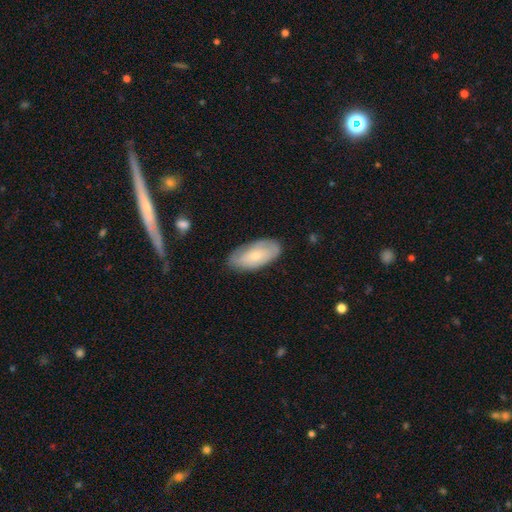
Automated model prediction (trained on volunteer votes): Q: Smooth or featured?
A: smooth (60%); runner-up: featured or disk (34%)
Q: How rounded?
A: in between (90%); runner-up: cigar-shaped (7%)
Q: Merging?
A: none (77%); runner-up: minor disturbance (18%)